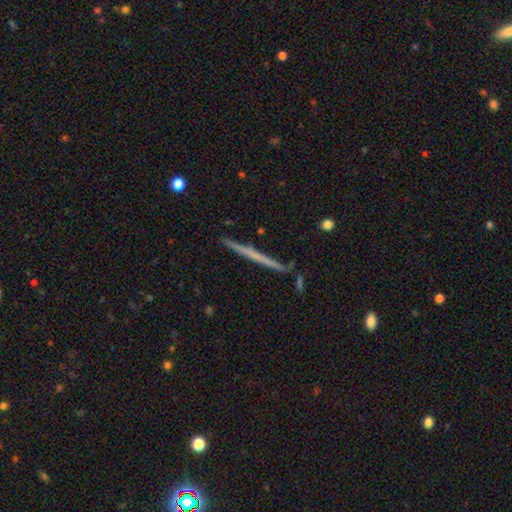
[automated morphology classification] smooth_or_featured: featured or disk (p=0.59) [alt: smooth p=0.35]
disk_edge_on: yes (p=0.98) [alt: no p=0.02]
edge_on_bulge: none (p=0.85) [alt: rounded p=0.11]
merging: none (p=0.91) [alt: minor disturbance p=0.06]